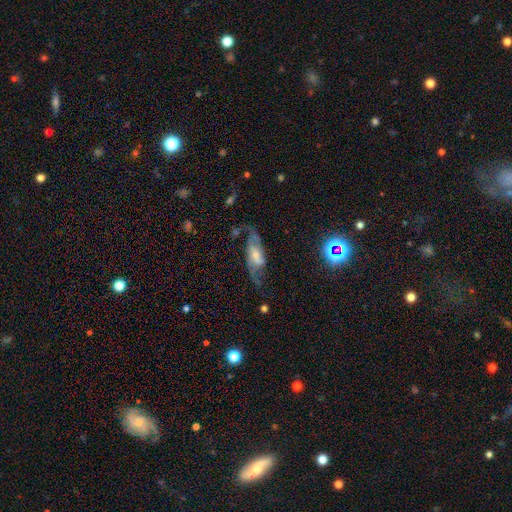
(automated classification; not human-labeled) A featured or disk galaxy (78%) with a weak bar (45%), 2 (88%) loose (46%) spiral arms (93%) and a moderate central bulge (41%). Merging: none (61%).